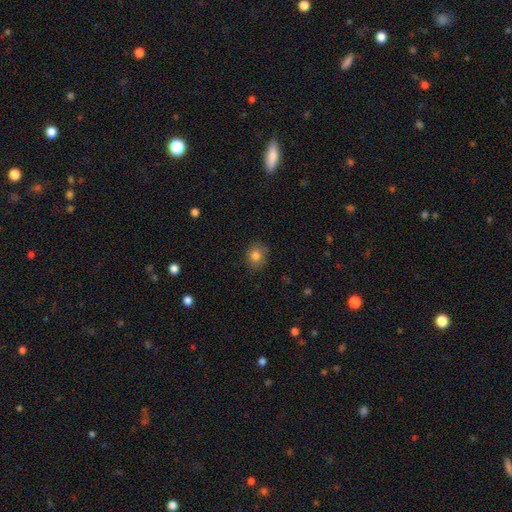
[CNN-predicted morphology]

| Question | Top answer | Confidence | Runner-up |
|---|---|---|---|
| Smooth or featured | smooth | 81% | star or artifact (11%) |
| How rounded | round | 68% | in between (31%) |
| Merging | none | 80% | minor disturbance (16%) |